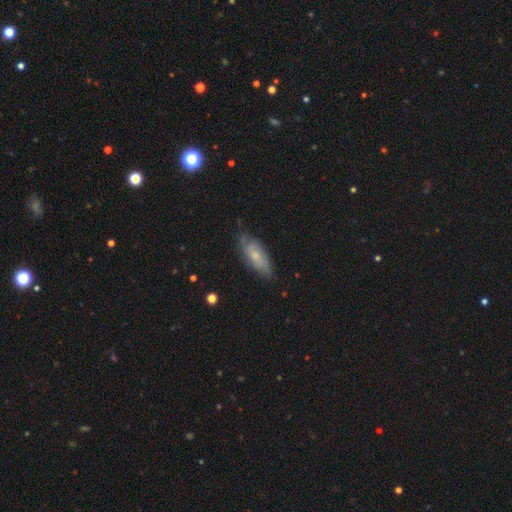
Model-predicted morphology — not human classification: This is possibly a smooth galaxy (48%). Merging: likely none (68%).